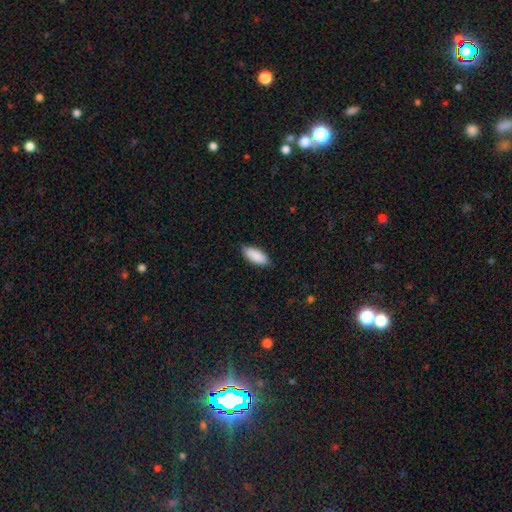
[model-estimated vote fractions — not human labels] smooth-or-featured: smooth: 89% | star or artifact: 6% | featured or disk: 5%
  how-rounded: in between: 81% | cigar-shaped: 17% | round: 2%
  merging: none: 83% | minor disturbance: 14% | major disturbance: 2% | merger: 1%